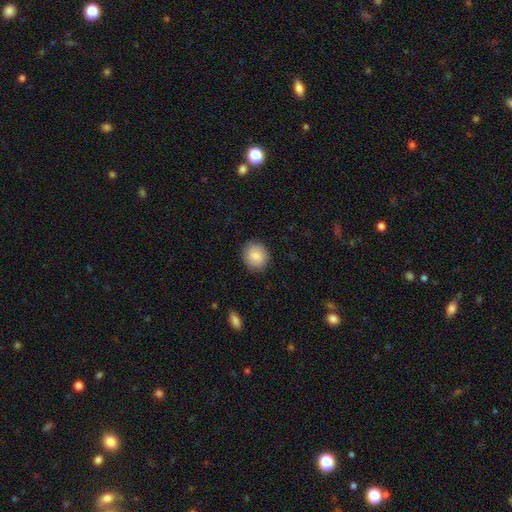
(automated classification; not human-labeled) This appears to be a smooth galaxy with no disk features (86%) that is round (81%). Merging: none (88%).